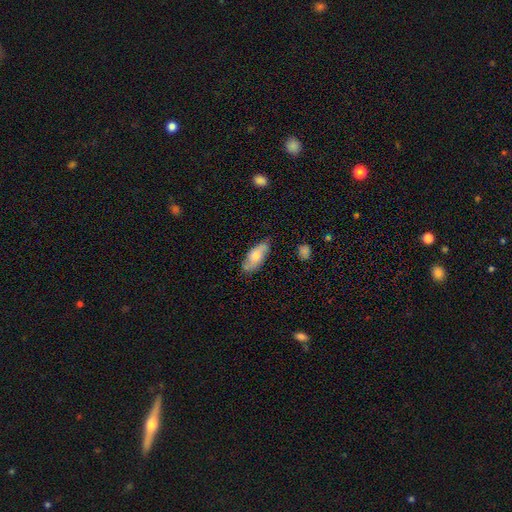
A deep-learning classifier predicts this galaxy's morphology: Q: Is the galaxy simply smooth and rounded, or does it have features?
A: smooth — 63%.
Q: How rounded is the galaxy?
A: in between — 83%.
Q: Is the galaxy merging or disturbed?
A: none — 75%.